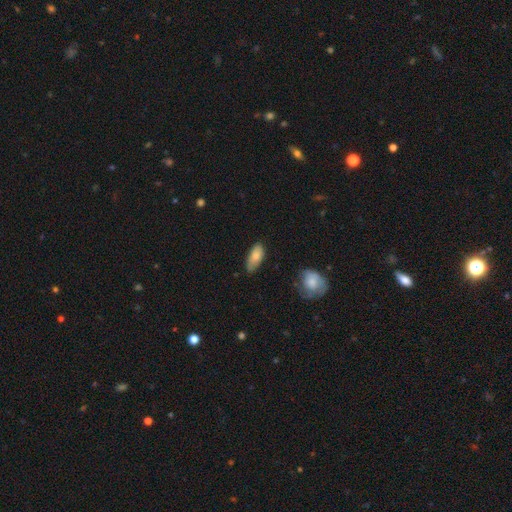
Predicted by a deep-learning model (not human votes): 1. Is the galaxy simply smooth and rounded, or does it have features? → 78% smooth, 15% featured or disk, 7% star or artifact.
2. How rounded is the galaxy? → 86% in between, 11% cigar-shaped, 3% round.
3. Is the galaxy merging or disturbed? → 69% none, 25% minor disturbance, 4% major disturbance, 2% merger.